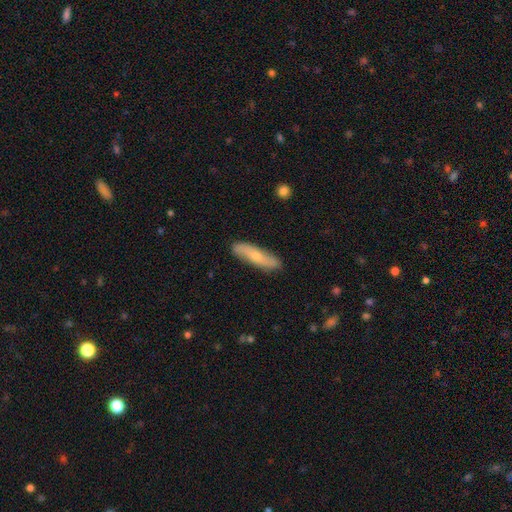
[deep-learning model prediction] Smooth or featured?
  - smooth: 51% *
  - featured or disk: 44%
  - star or artifact: 6%
How rounded?
  - cigar-shaped: 75% *
  - in between: 23%
  - round: 2%
Merging?
  - none: 86% *
  - minor disturbance: 11%
  - major disturbance: 2%
  - merger: 1%